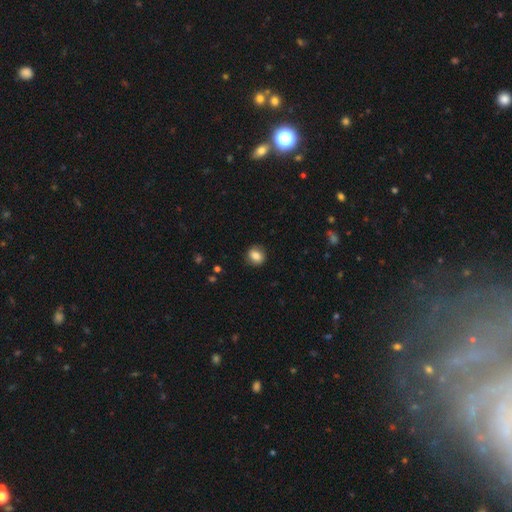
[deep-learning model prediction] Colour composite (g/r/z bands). It shows a smooth galaxy with no disk features (83%) that is round (65%). Merging: none (87%).